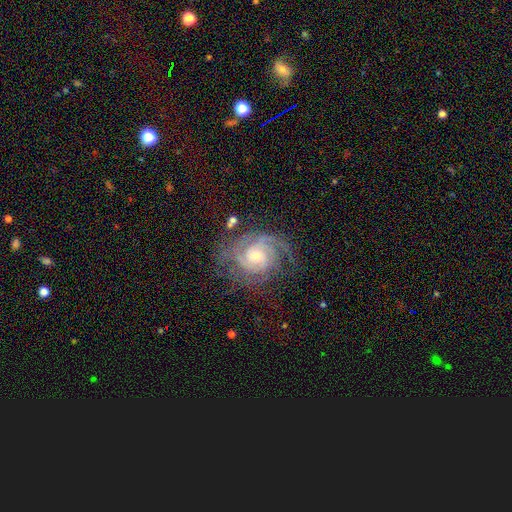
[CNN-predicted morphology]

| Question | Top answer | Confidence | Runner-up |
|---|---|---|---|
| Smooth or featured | featured or disk | 88% | smooth (6%) |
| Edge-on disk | no | 98% | yes (2%) |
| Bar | no | 58% | weak (35%) |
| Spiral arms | yes | 97% | no (3%) |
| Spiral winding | tight | 64% | medium (30%) |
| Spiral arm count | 3 | 27% | tied: 2 (27%) |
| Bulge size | moderate | 52% | small (42%) |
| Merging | none | 68% | minor disturbance (19%) |